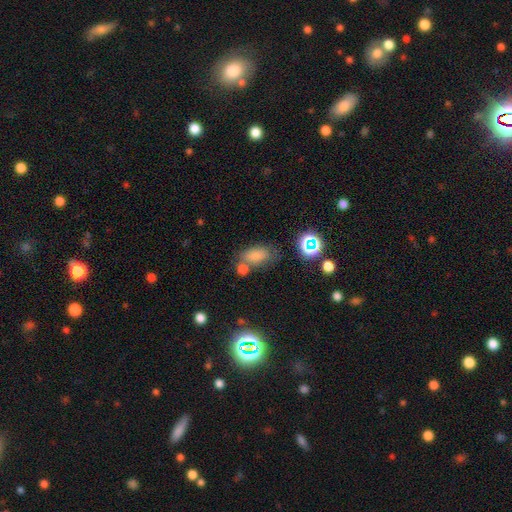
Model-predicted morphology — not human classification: Overall: smooth (75%). How rounded: in between (86%). Merging: none (56%; merger 20%).